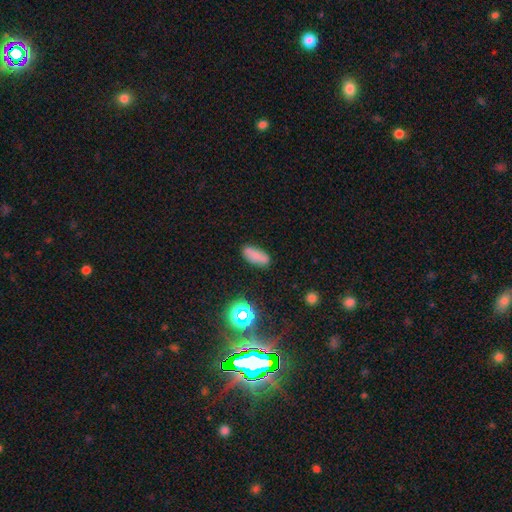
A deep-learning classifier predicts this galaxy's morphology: smooth 77%, star or artifact 14%, featured or disk 10%. Down the decision tree: how rounded — in between (78%); merging — none (80%).